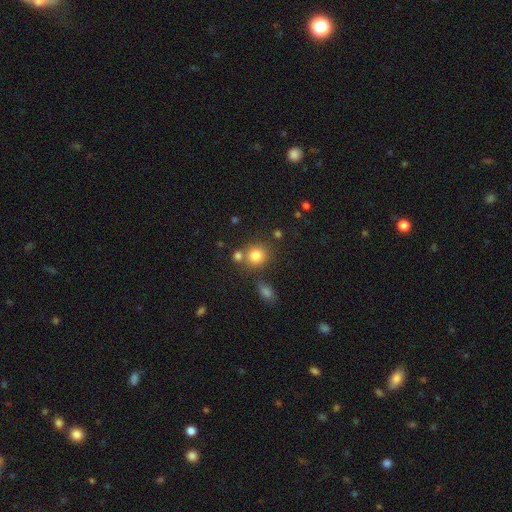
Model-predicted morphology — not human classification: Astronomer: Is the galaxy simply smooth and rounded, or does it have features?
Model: smooth — 80%.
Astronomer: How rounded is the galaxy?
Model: round — 83%.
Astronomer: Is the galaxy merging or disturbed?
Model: none — 67%.